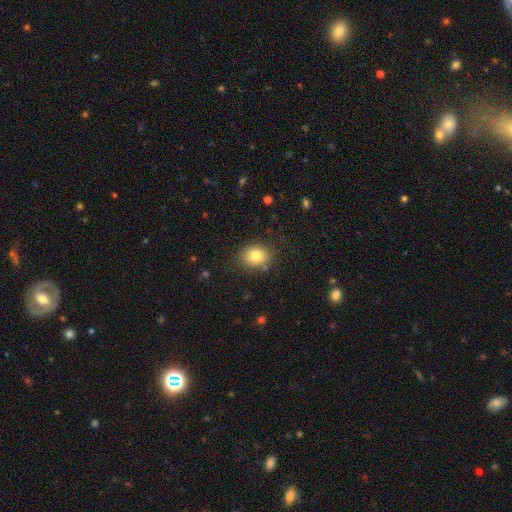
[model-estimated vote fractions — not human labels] Smooth or featured? smooth (81%)
How rounded? round (61%)
Merging? none (84%)